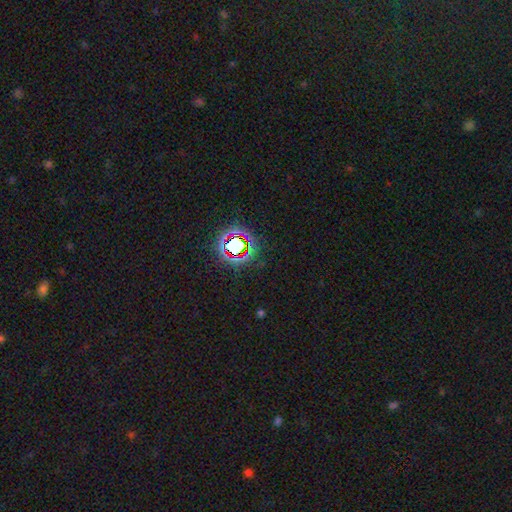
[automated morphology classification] A star or artifact, not a galaxy (77%).

Vote fractions:
- Smooth or featured? star or artifact: 77% / smooth: 15% / featured or disk: 9%